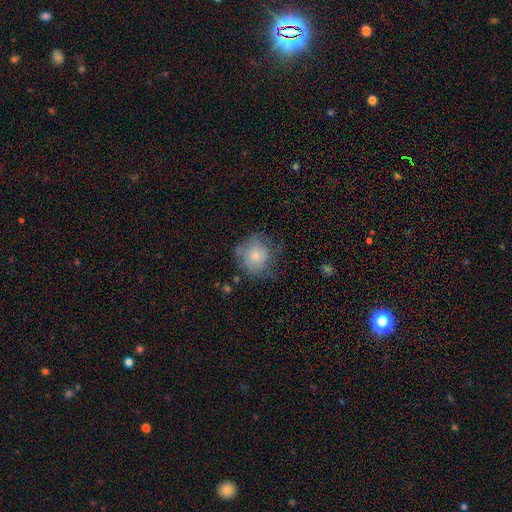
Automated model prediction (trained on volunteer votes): The model was most divided on "merging": none: 52%, minor disturbance: 30%, major disturbance: 14%, merger: 3%. More confident: how rounded — round (83%); smooth or featured — smooth (68%).